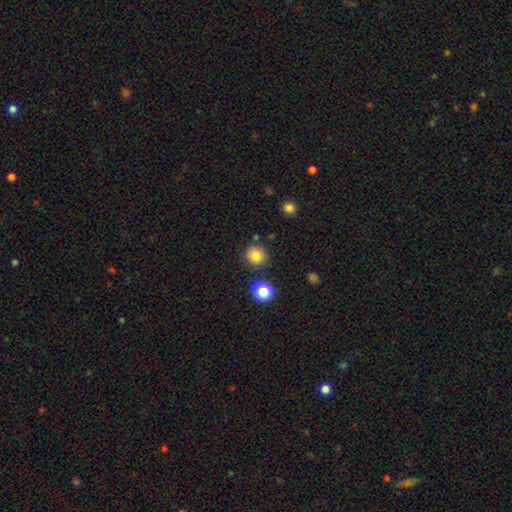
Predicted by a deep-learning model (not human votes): Smooth or featured?
  - smooth: 81% *
  - star or artifact: 13%
  - featured or disk: 6%
How rounded?
  - round: 91% *
  - in between: 8%
  - cigar-shaped: 1%
Merging?
  - none: 84% *
  - minor disturbance: 9%
  - merger: 5%
  - major disturbance: 3%